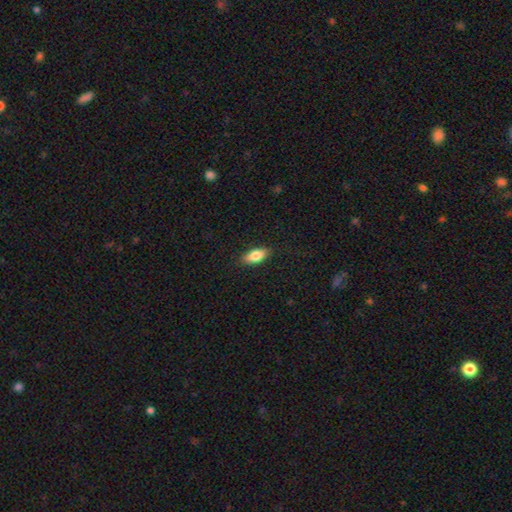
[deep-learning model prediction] smooth 79%, featured or disk 14%, star or artifact 7%. Down the decision tree: how rounded — in between (84%); merging — none (87%).